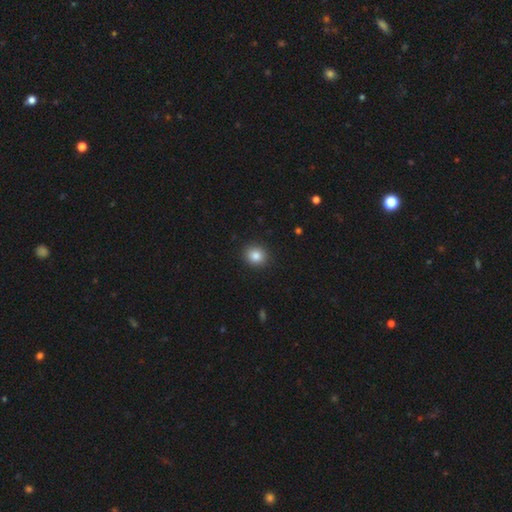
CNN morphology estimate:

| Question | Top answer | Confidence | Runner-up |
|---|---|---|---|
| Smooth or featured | smooth | 85% | star or artifact (10%) |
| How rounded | round | 79% | in between (20%) |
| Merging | none | 91% | minor disturbance (6%) |